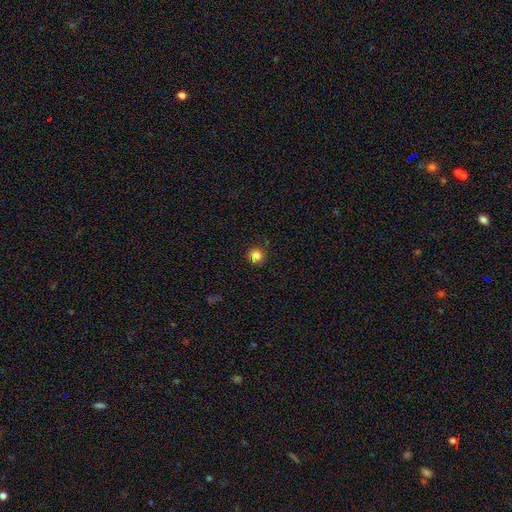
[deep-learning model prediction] Smooth or featured?
  - smooth: 79% *
  - star or artifact: 15%
  - featured or disk: 6%
How rounded?
  - round: 92% *
  - in between: 7%
  - cigar-shaped: 1%
Merging?
  - none: 82% *
  - minor disturbance: 9%
  - merger: 6%
  - major disturbance: 3%